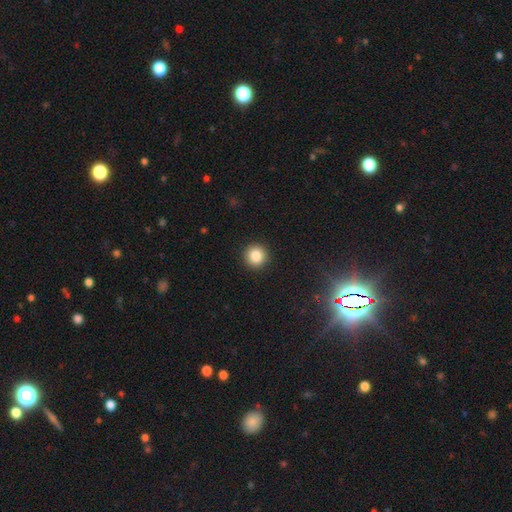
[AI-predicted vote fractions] A smooth galaxy with no disk features (86%) that is round (95%). Merging: none (92%).